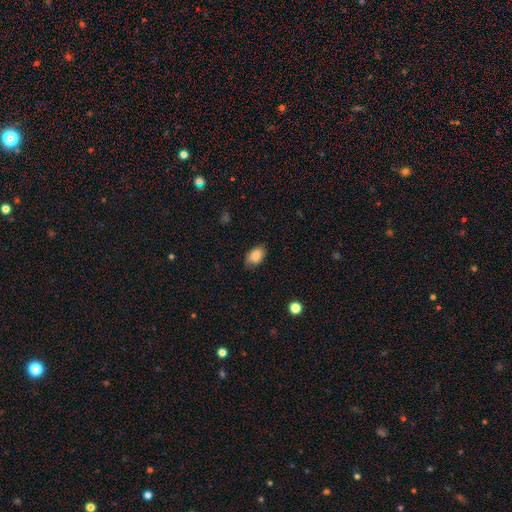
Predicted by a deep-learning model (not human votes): Smooth or featured? smooth (81%)
How rounded? in between (87%)
Merging? none (71%)